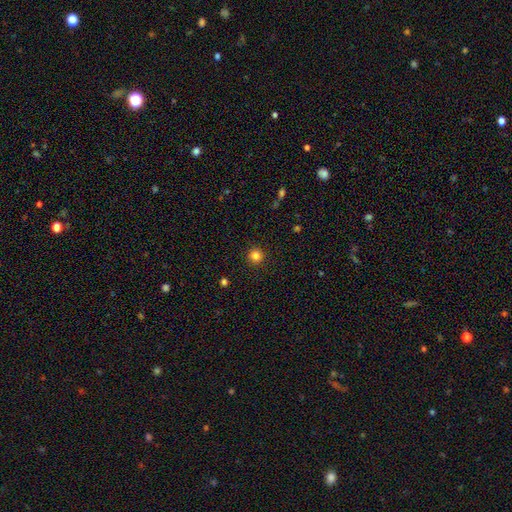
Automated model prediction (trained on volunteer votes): Q: Smooth or featured?
A: smooth (83%); runner-up: star or artifact (13%)
Q: How rounded?
A: round (95%); runner-up: in between (4%)
Q: Merging?
A: none (92%); runner-up: minor disturbance (5%)